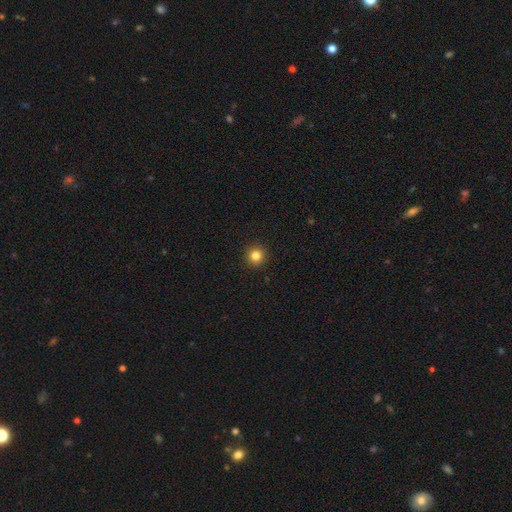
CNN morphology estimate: Smooth or featured? Predicted: smooth (p=0.83). How rounded? Predicted: round (p=0.95). Merging? Predicted: none (p=0.93).